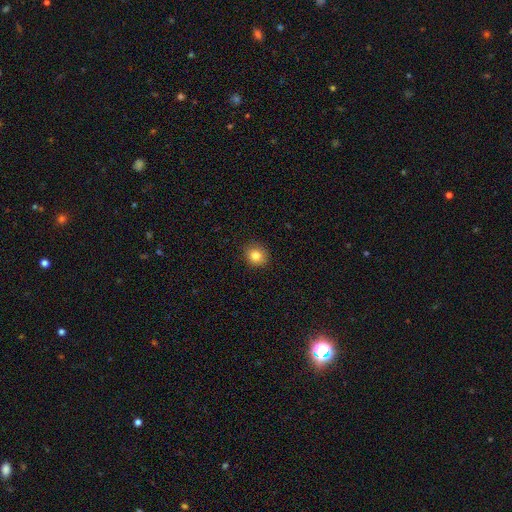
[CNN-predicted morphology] This appears to be a smooth galaxy with no disk features (83%) that is round (82%). Merging: none (90%).